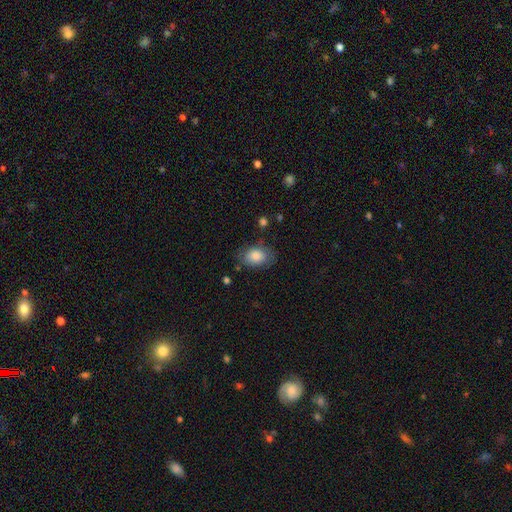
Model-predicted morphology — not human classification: This appears to be a smooth galaxy with no disk features (81%) that is in between round and cigar-shaped (80%). Merging: none (71%).